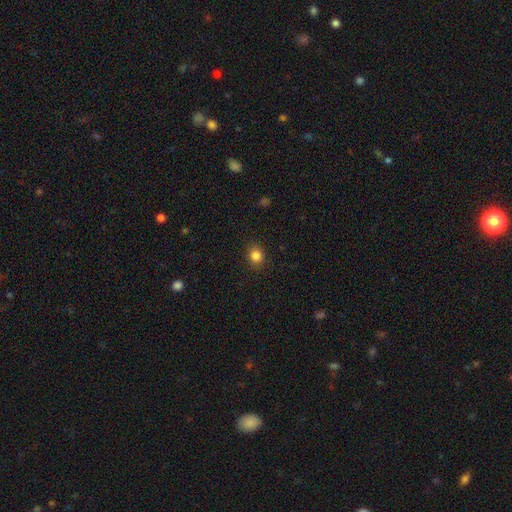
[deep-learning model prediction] Overall: smooth (84%). How rounded: round (72%). Merging: none (89%).